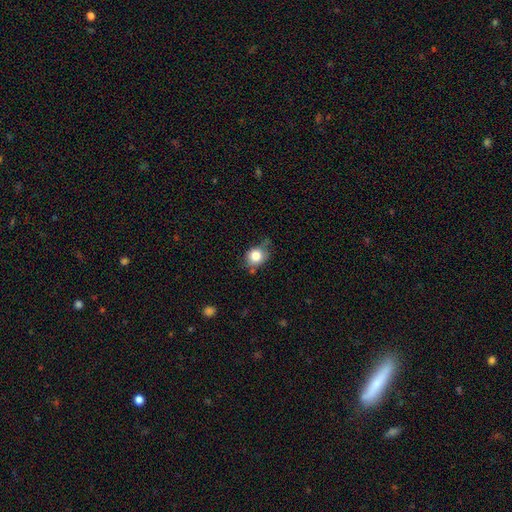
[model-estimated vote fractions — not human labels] Q: Smooth or featured?
A: smooth (80%); runner-up: featured or disk (10%)
Q: How rounded?
A: round (67%); runner-up: in between (32%)
Q: Merging?
A: none (58%); runner-up: minor disturbance (29%)